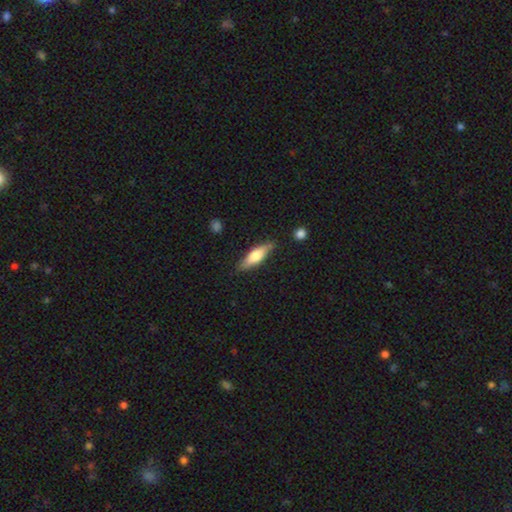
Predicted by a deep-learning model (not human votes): This is possibly a smooth galaxy (56%). How rounded: likely cigar-shaped (60%). Merging: clearly none (83%).